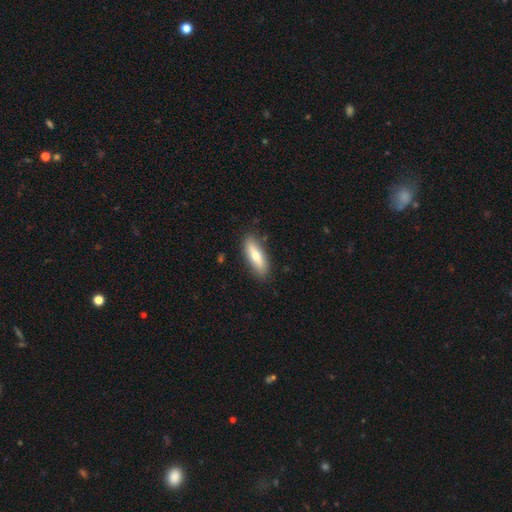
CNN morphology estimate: Q: Smooth or featured?
A: smooth (67%); runner-up: featured or disk (27%)
Q: How rounded?
A: in between (54%); runner-up: cigar-shaped (44%)
Q: Merging?
A: none (85%); runner-up: minor disturbance (11%)